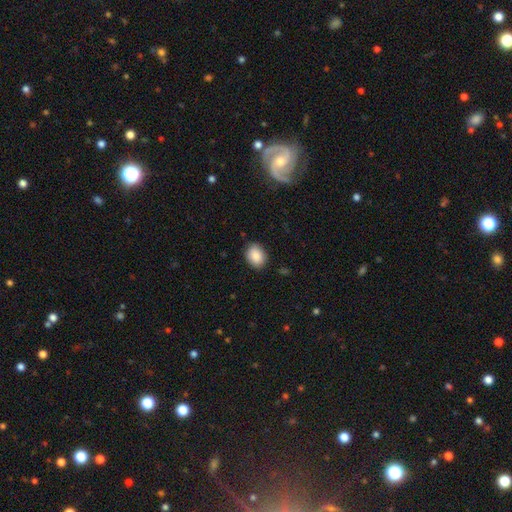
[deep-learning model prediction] The model was most divided on "how rounded": in between: 64%, round: 35%, cigar-shaped: 1%. More confident: smooth or featured — smooth (88%); merging — none (86%).